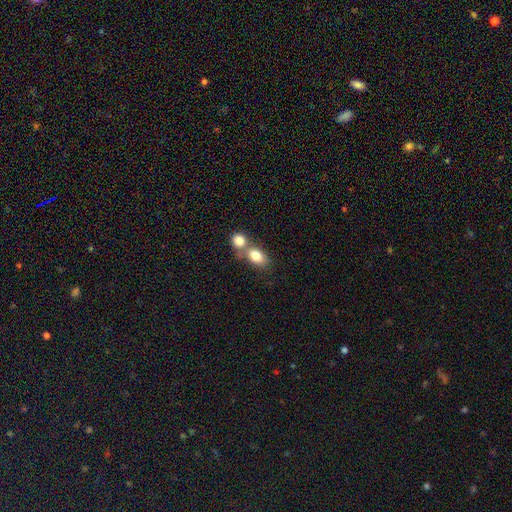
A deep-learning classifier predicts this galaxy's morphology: Smooth or featured? Predicted: smooth (p=0.81). How rounded? Predicted: in between (p=0.74). Merging? Predicted: merger (p=0.54).